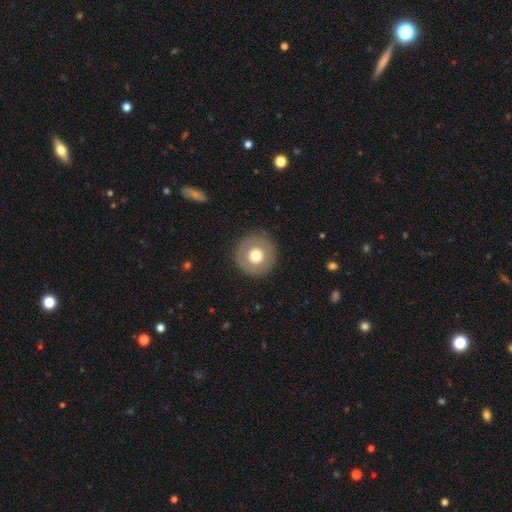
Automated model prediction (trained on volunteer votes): A smooth galaxy with no disk features (64%) that is round (96%). Merging: none (89%).